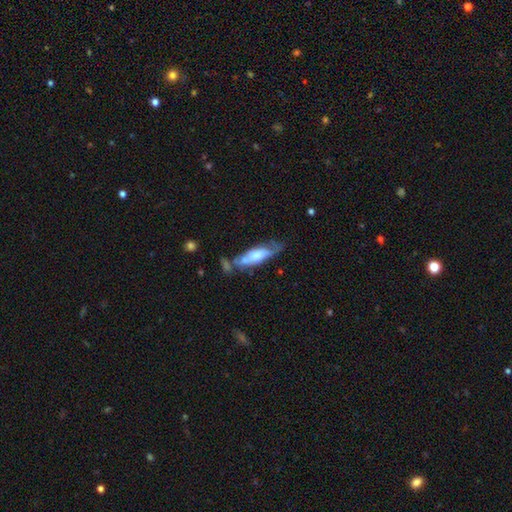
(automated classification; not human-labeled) Smooth or featured: smooth — 49% (featured or disk — 45%)
Merging: none — 39% (minor disturbance — 29%)